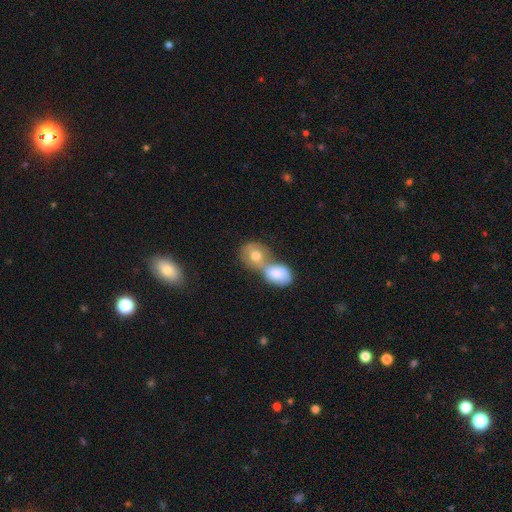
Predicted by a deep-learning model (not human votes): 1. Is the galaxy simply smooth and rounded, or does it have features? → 73% smooth, 20% featured or disk, 8% star or artifact.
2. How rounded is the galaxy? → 58% round, 40% in between, 2% cigar-shaped.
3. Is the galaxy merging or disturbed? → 73% merger, 17% none, 6% minor disturbance, 4% major disturbance.